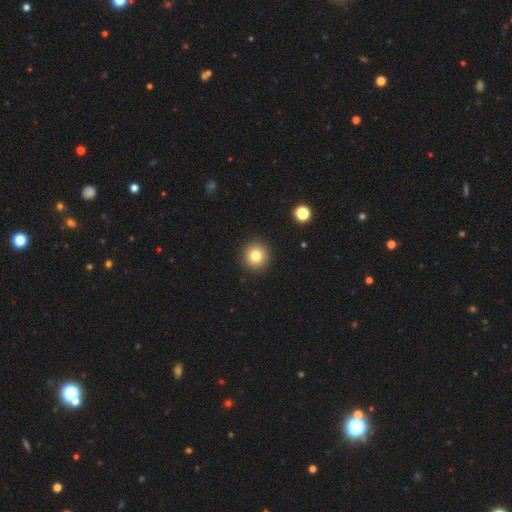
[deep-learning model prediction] smooth 81%, star or artifact 11%, featured or disk 8%. Down the decision tree: how rounded — round (95%); merging — none (92%).